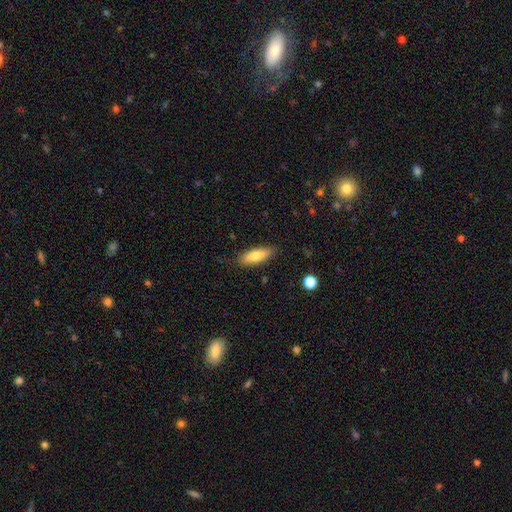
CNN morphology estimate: type=smooth (72%); roundness=in between (57%); merging=none (84%).